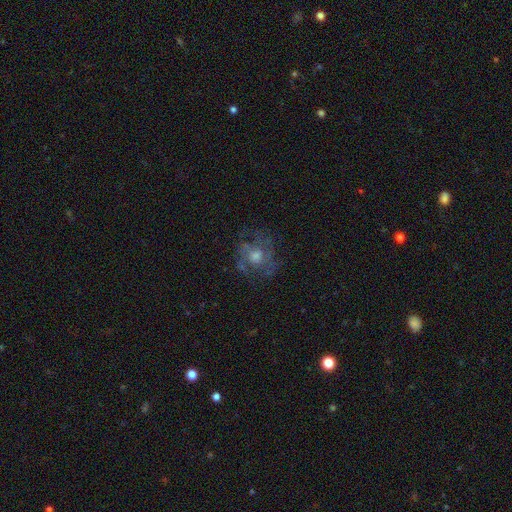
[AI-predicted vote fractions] smooth_or_featured: featured or disk (p=0.57) [alt: smooth p=0.28]
disk_edge_on: no (p=0.96) [alt: yes p=0.04]
bar: no (p=0.83) [alt: weak p=0.14]
has_spiral_arms: no (p=0.50) [tied with: yes p=0.50]
bulge_size: moderate (p=0.63) [alt: small p=0.17]
merging: none (p=0.67) [alt: minor disturbance p=0.17]